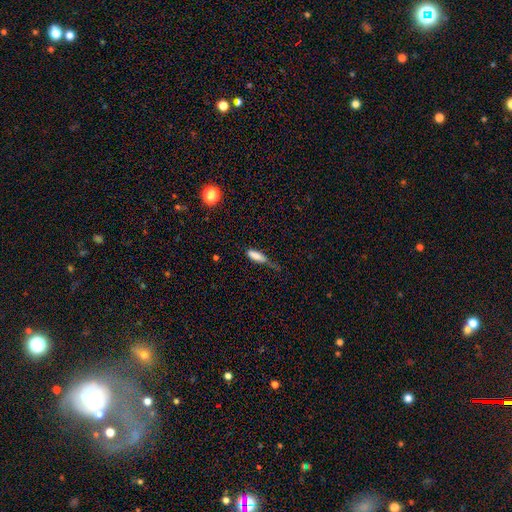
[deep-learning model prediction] Overall: smooth (79%). How rounded: in between (58%; cigar-shaped 39%). Merging: minor disturbance (38%; major disturbance 30%).